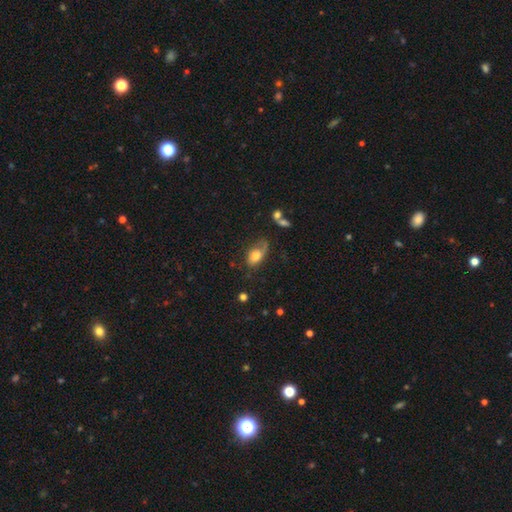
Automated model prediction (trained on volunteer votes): This is likely a smooth galaxy (69%). How rounded: clearly in between (88%). Merging: marginally none (41%).